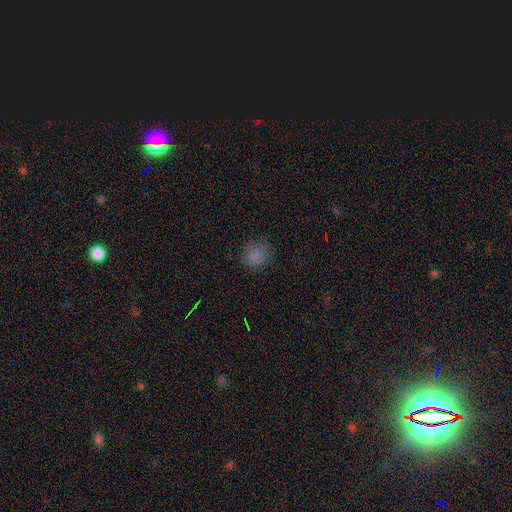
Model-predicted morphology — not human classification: smooth 78%, star or artifact 15%, featured or disk 6%. Down the decision tree: how rounded — round (84%); merging — none (78%).